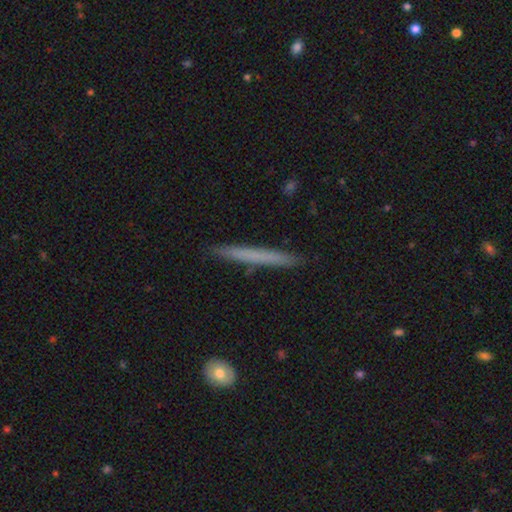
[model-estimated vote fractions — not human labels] Overall: smooth (57%; featured or disk 36%). How rounded: cigar-shaped (97%). Merging: none (90%).